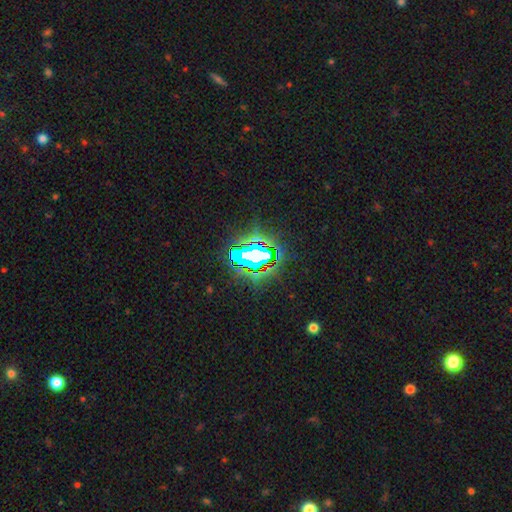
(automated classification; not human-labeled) The model was most divided on "smooth or featured": star or artifact: 74%, smooth: 13%, featured or disk: 13%.